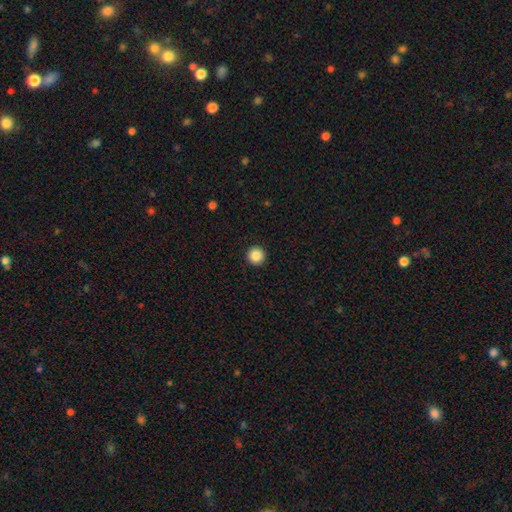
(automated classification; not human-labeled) Smooth or featured?
  - smooth: 87% *
  - star or artifact: 9%
  - featured or disk: 4%
How rounded?
  - round: 97% *
  - in between: 2%
  - cigar-shaped: 1%
Merging?
  - none: 94% *
  - minor disturbance: 4%
  - major disturbance: 1%
  - merger: 1%